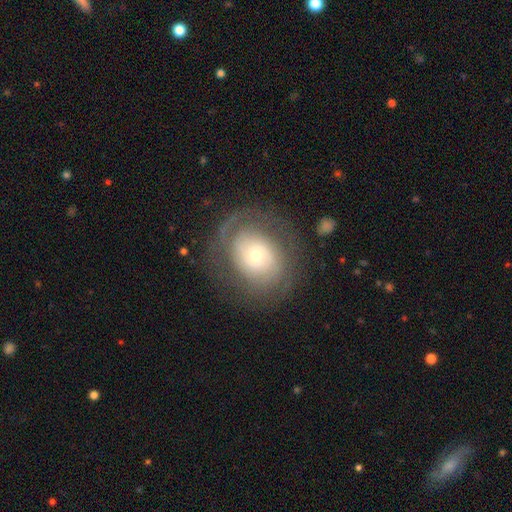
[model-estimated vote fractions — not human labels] Smooth or featured?
  - featured or disk: 70% *
  - smooth: 23%
  - star or artifact: 8%
Edge-on disk?
  - no: 96% *
  - yes: 4%
Bar?
  - no: 77% *
  - weak: 18%
  - strong: 5%
Spiral arms?
  - yes: 84% *
  - no: 16%
Spiral winding?
  - tight: 63% *
  - medium: 26%
  - loose: 11%
Spiral arm count?
  - can't tell: 37% *
  - 2: 35%
  - 3: 11%
  - 1: 9%
  - 4: 4%
  - more than 4: 4%
Bulge size?
  - small: 46% *
  - moderate: 45%
  - large: 6%
  - dominant: 2%
  - none: 1%
Merging?
  - none: 71% *
  - minor disturbance: 15%
  - major disturbance: 12%
  - merger: 2%